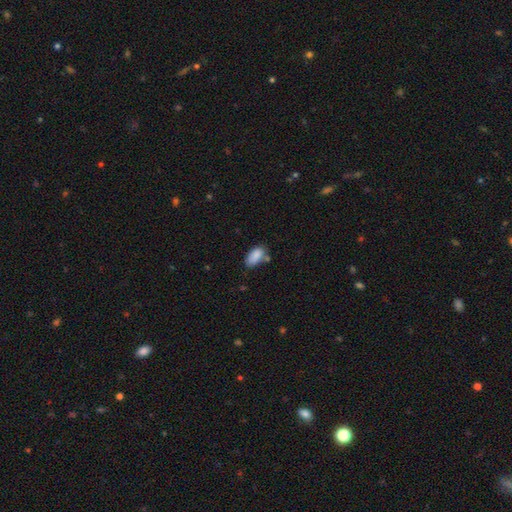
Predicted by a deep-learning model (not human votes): Smooth or featured: smooth — 87% (star or artifact — 8%)
How rounded: in between — 93% (round — 4%)
Merging: none — 58% (minor disturbance — 23%)